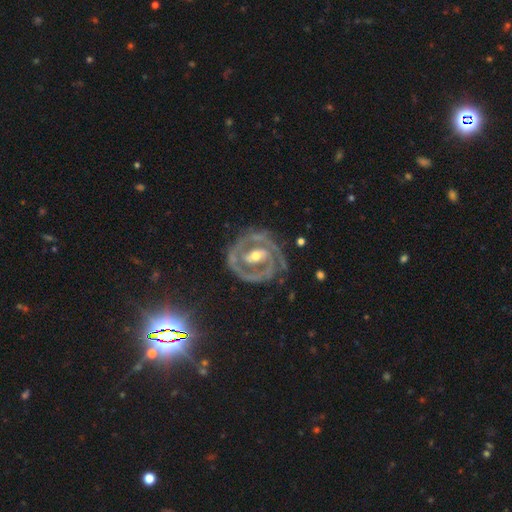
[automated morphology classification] smooth_or_featured: featured or disk (p=0.90) [alt: smooth p=0.06]
disk_edge_on: no (p=0.97) [alt: yes p=0.03]
bar: strong (p=0.39) [alt: weak p=0.38]
has_spiral_arms: yes (p=0.92) [alt: no p=0.08]
spiral_winding: tight (p=0.66) [alt: medium p=0.28]
spiral_arm_count: 2 (p=0.65) [alt: can't tell p=0.11]
bulge_size: moderate (p=0.63) [alt: small p=0.31]
merging: none (p=0.70) [alt: minor disturbance p=0.19]